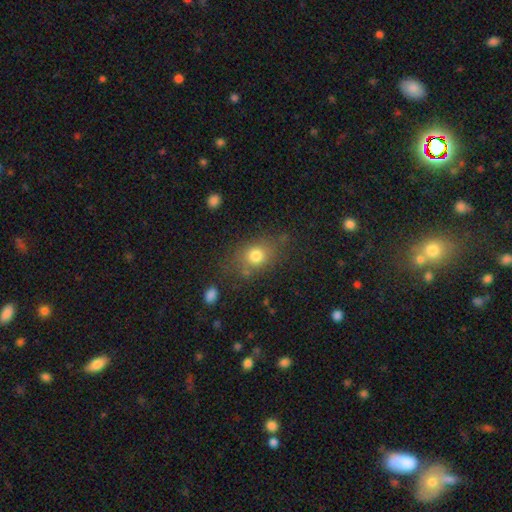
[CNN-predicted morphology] type=smooth (78%); roundness=in between (50%); merging=none (72%).